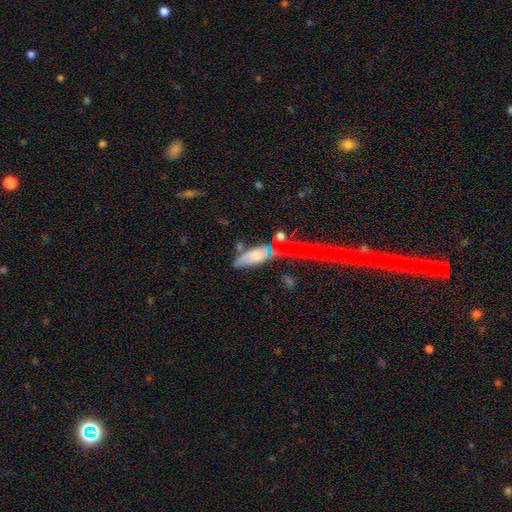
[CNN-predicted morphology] The model was most divided on "smooth or featured": smooth: 53%, featured or disk: 37%, star or artifact: 10%. Remaining: how rounded — in between (64%); merging — none (45%).